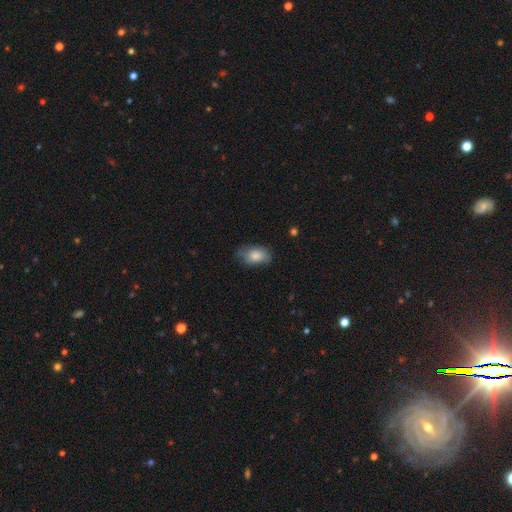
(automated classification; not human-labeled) Morphology: type=smooth (80%); roundness=in between (88%); merging=none (64%).